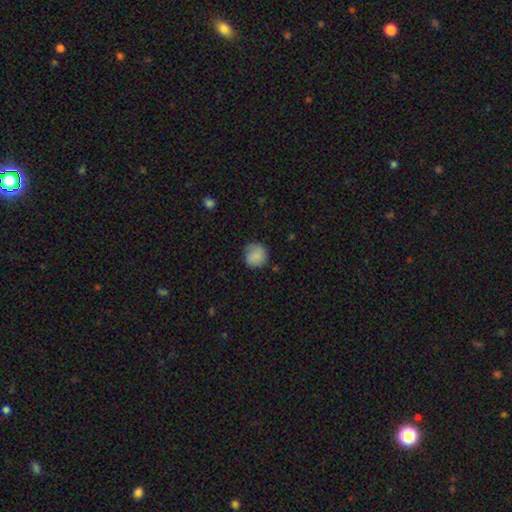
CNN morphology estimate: Q: Smooth or featured?
A: smooth (82%); runner-up: featured or disk (10%)
Q: How rounded?
A: round (89%); runner-up: in between (10%)
Q: Merging?
A: none (74%); runner-up: minor disturbance (19%)